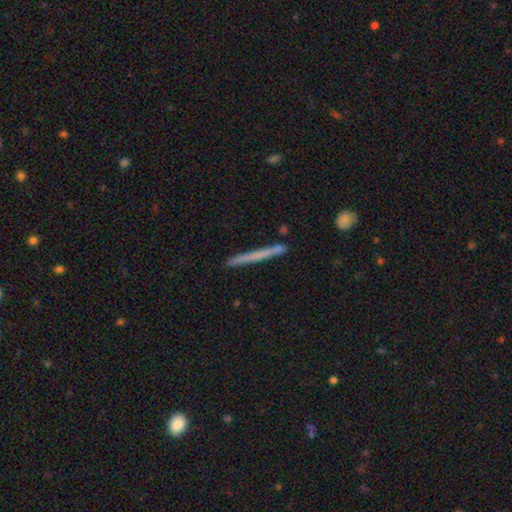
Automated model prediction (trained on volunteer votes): smooth-or-featured: smooth: 55% | featured or disk: 39% | star or artifact: 6%
  how-rounded: cigar-shaped: 97% | in between: 2% | round: 1%
  merging: none: 86% | minor disturbance: 9% | merger: 3% | major disturbance: 2%